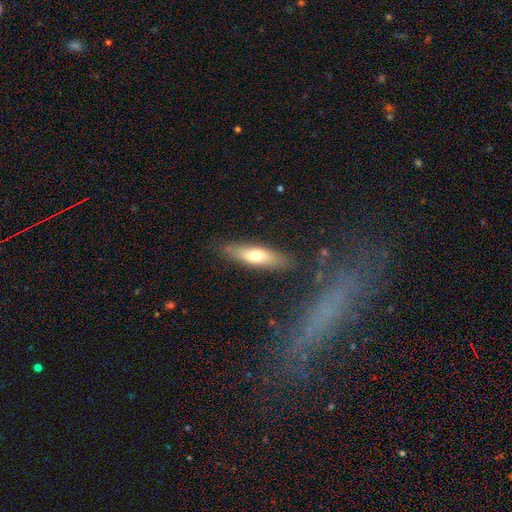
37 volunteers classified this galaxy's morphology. Smooth or featured?
  - smooth: 59% *
  - featured or disk: 38%
  - star or artifact: 3%
How rounded?
  - in between: 55% *
  - cigar-shaped: 45%
  - round: 0%
Merging?
  - none: 92% *
  - minor disturbance: 6%
  - merger: 3%
  - major disturbance: 0%